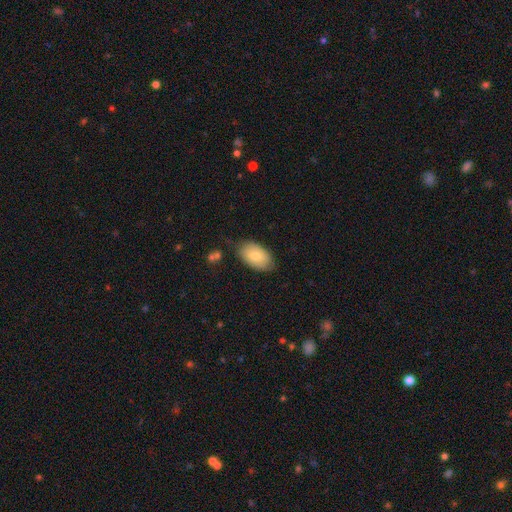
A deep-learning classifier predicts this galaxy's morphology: Smooth or featured?
  - smooth: 73% *
  - featured or disk: 20%
  - star or artifact: 7%
How rounded?
  - in between: 93% *
  - round: 6%
  - cigar-shaped: 1%
Merging?
  - none: 75% *
  - minor disturbance: 18%
  - major disturbance: 4%
  - merger: 2%